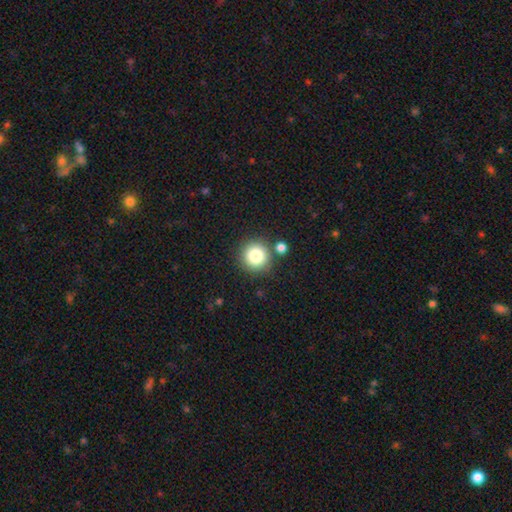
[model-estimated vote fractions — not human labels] A smooth galaxy with no disk features (82%) that is round (95%). Merging: none (82%).